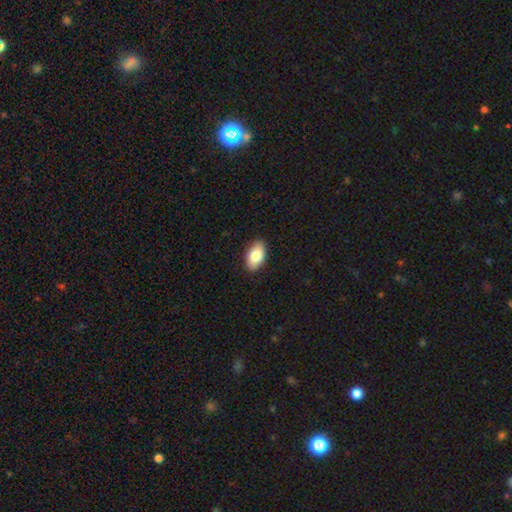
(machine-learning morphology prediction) Q: Smooth or featured?
A: smooth (83%); runner-up: featured or disk (10%)
Q: How rounded?
A: in between (94%); runner-up: round (4%)
Q: Merging?
A: none (90%); runner-up: minor disturbance (8%)